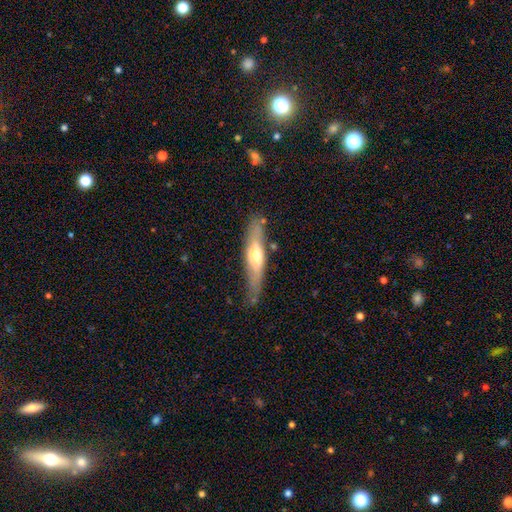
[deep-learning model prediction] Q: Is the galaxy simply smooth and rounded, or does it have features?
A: featured or disk — 54%.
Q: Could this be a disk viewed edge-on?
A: yes — 70%.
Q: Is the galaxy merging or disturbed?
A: none — 71%.